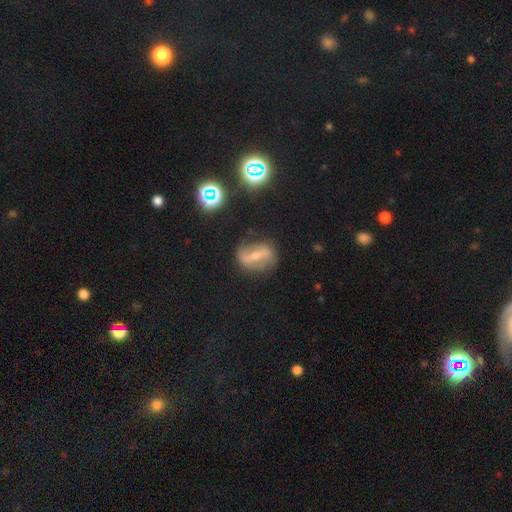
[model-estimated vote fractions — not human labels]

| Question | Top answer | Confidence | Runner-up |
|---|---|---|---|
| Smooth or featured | featured or disk | 66% | smooth (21%) |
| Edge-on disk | no | 92% | yes (8%) |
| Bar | strong | 56% | weak (30%) |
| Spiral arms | yes | 76% | no (24%) |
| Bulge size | small | 52% | moderate (36%) |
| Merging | none | 71% | minor disturbance (19%) |